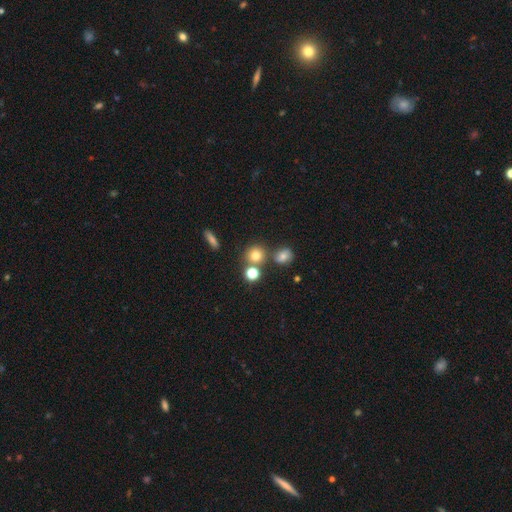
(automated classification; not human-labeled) smooth-or-featured: smooth: 74% | star or artifact: 16% | featured or disk: 9%
  how-rounded: round: 88% | in between: 11% | cigar-shaped: 1%
  merging: none: 68% | merger: 20% | minor disturbance: 9% | major disturbance: 3%